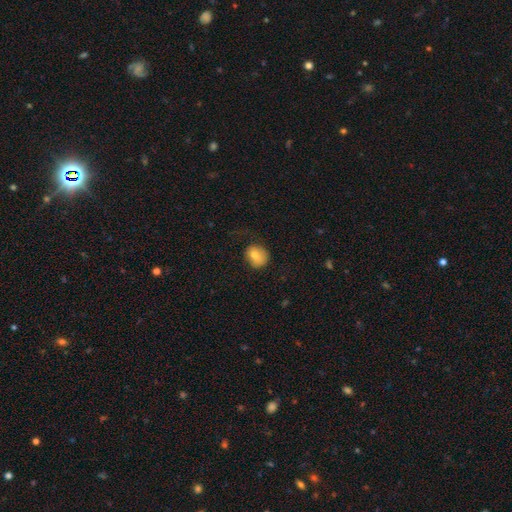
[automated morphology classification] Smooth or featured? Predicted: smooth (p=0.77). How rounded? Predicted: round (p=0.59). Merging? Predicted: none (p=0.59).